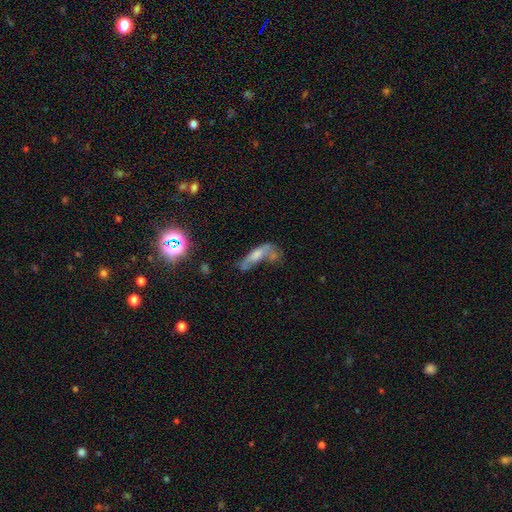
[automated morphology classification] This appears to be a featured or disk galaxy (42%). Merging: major disturbance (30%).